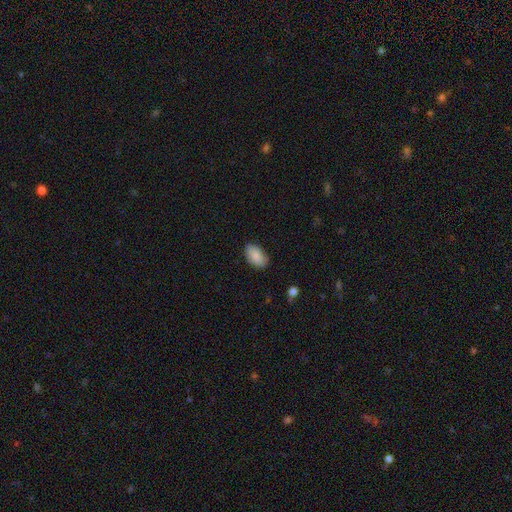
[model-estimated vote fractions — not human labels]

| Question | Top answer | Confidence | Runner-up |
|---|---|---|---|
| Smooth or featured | smooth | 88% | star or artifact (7%) |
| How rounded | in between | 93% | round (5%) |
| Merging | none | 80% | minor disturbance (16%) |